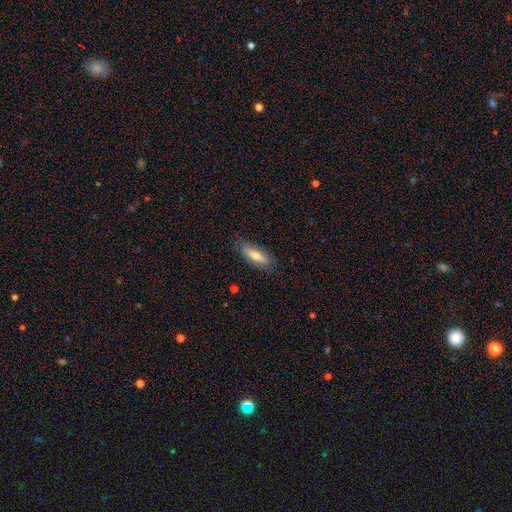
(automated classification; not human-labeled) Smooth or featured?
  - smooth: 66% *
  - featured or disk: 28%
  - star or artifact: 6%
How rounded?
  - cigar-shaped: 50% *
  - in between: 48%
  - round: 2%
Merging?
  - none: 83% *
  - minor disturbance: 13%
  - major disturbance: 3%
  - merger: 1%